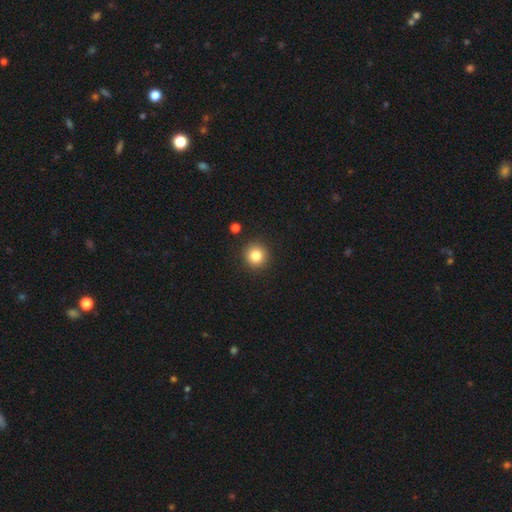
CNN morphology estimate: Smooth or featured? Predicted: smooth (p=0.83). How rounded? Predicted: round (p=0.94). Merging? Predicted: none (p=0.91).